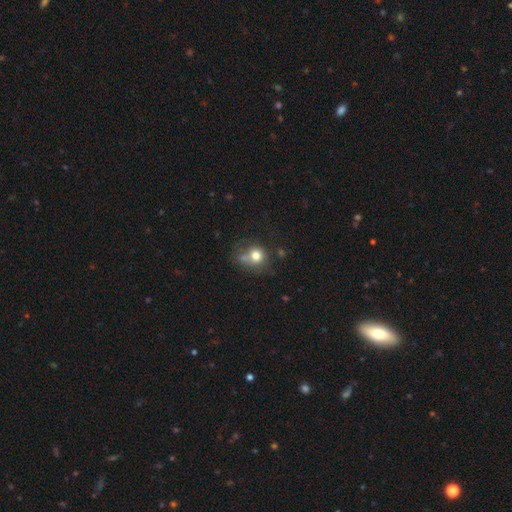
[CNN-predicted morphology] Smooth or featured?
  - smooth: 75% *
  - featured or disk: 13%
  - star or artifact: 12%
How rounded?
  - round: 76% *
  - in between: 23%
  - cigar-shaped: 1%
Merging?
  - none: 46% *
  - minor disturbance: 22%
  - merger: 20%
  - major disturbance: 12%